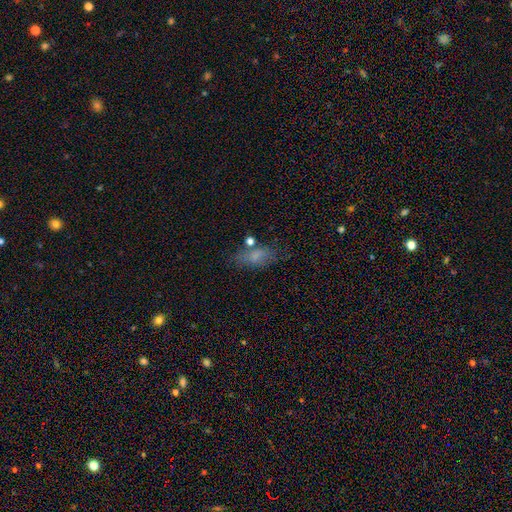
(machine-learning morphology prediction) smooth-or-featured: smooth: 72% | featured or disk: 15% | star or artifact: 12%
  how-rounded: in between: 81% | cigar-shaped: 13% | round: 5%
  merging: none: 65% | minor disturbance: 20% | major disturbance: 8% | merger: 7%